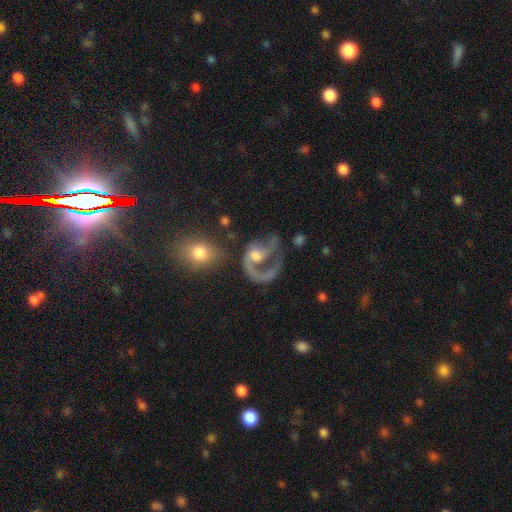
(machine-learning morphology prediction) The model was most divided on "spiral winding": loose: 42%, medium: 40%, tight: 18%. Remaining: edge-on disk — no (98%); spiral arms — yes (82%); smooth or featured — featured or disk (76%); spiral arm count — 1 (75%); bar — no (61%); bulge size — moderate (50%); merging — major disturbance (45%).